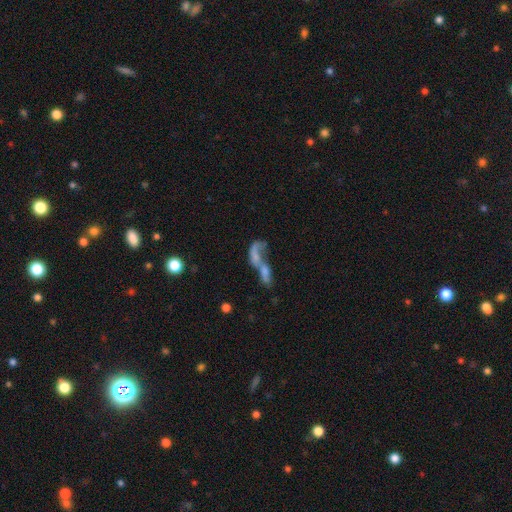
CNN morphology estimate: A smooth galaxy with no disk features (45%). Merging: merger (71%).